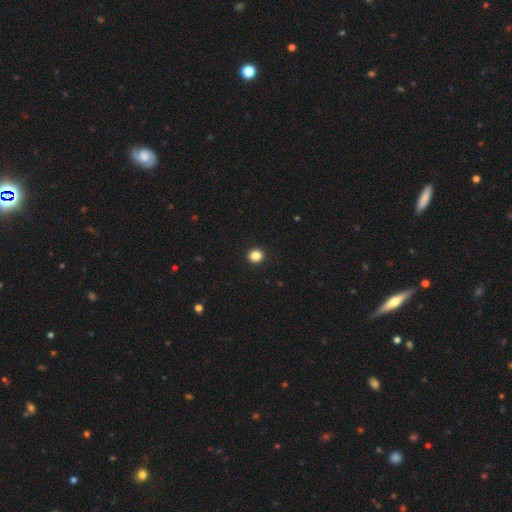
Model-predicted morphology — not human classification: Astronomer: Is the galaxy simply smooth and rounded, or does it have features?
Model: smooth — 85%.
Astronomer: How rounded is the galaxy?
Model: round — 84%.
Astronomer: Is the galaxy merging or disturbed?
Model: none — 93%.